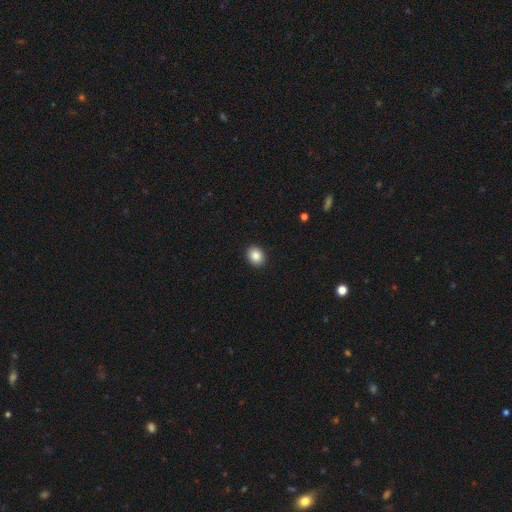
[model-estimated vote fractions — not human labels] This appears to be a smooth galaxy with no disk features (87%) that is round (54%). Merging: none (92%).